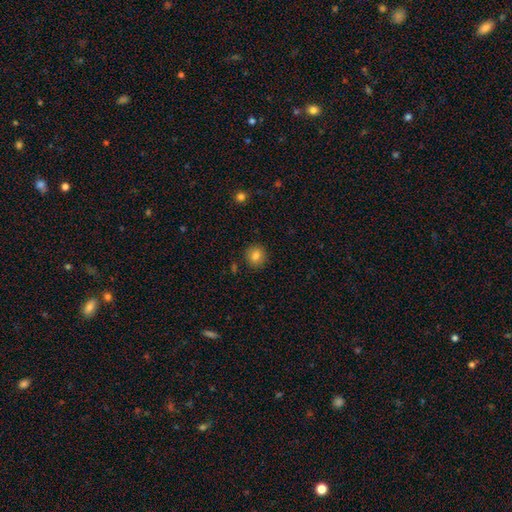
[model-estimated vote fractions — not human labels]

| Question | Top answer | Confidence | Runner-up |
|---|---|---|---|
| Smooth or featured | smooth | 83% | star or artifact (10%) |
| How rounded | round | 87% | in between (12%) |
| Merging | none | 89% | minor disturbance (7%) |